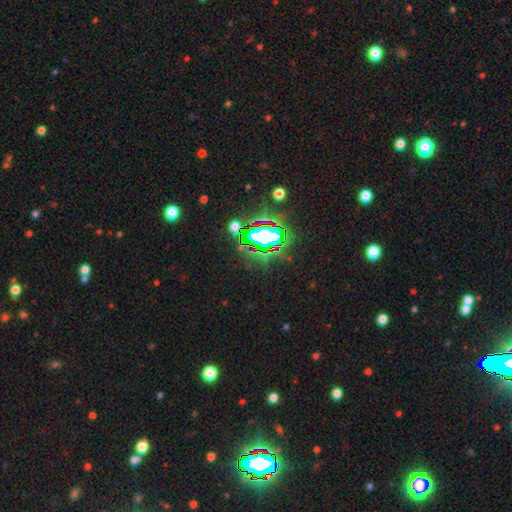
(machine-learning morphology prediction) Smooth or featured: star or artifact — 84% (smooth — 9%)